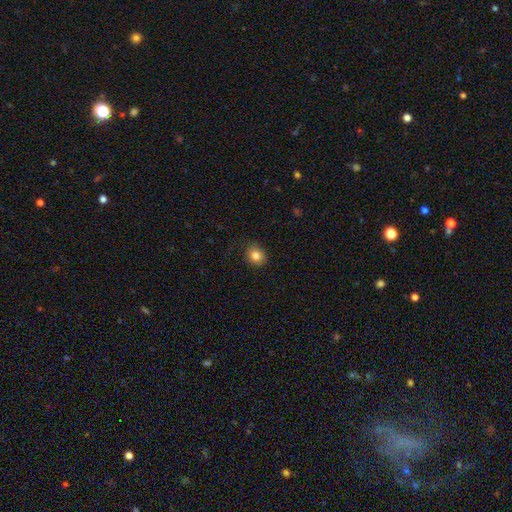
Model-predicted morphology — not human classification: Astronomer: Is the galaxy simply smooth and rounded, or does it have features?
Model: smooth — 83%.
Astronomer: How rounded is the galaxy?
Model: round — 71%.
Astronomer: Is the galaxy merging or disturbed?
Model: none — 84%.